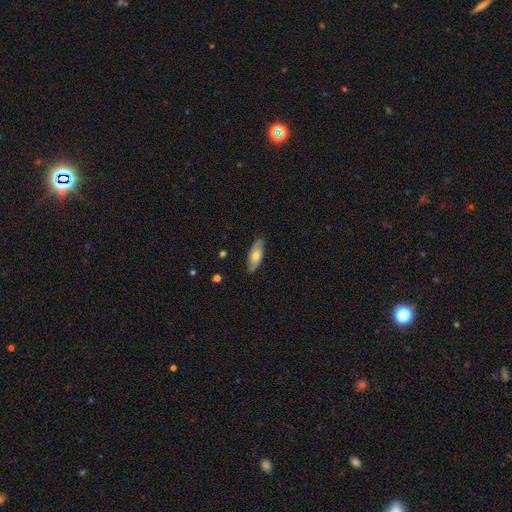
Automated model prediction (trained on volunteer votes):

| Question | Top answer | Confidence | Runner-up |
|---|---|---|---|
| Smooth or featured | smooth | 60% | featured or disk (34%) |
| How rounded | in between | 71% | cigar-shaped (26%) |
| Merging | none | 85% | minor disturbance (11%) |